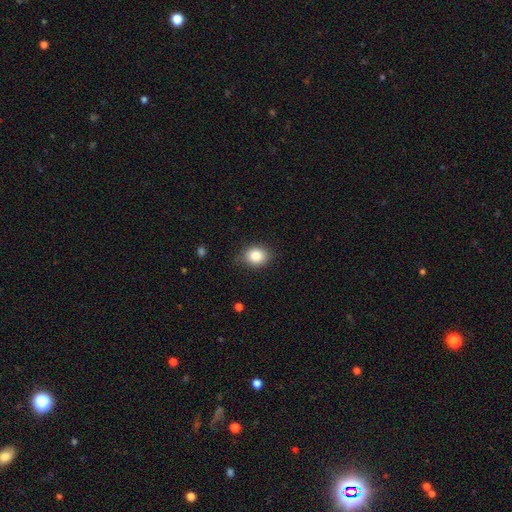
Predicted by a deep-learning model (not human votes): This is clearly a smooth galaxy (85%). How rounded: possibly in between (50%). Merging: likely none (77%).